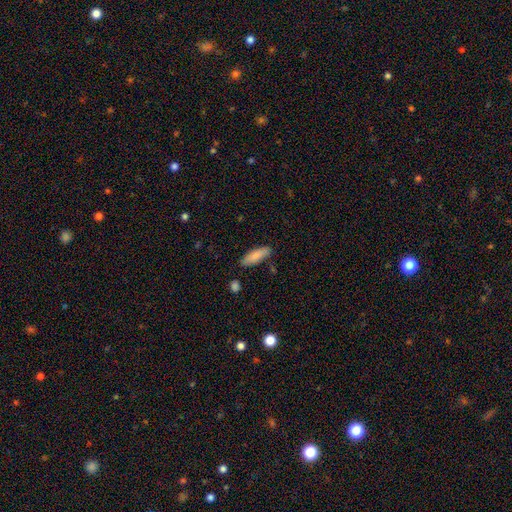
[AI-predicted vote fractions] Smooth or featured? Predicted: smooth (p=0.85). How rounded? Predicted: in between (p=0.51). Merging? Predicted: none (p=0.83).